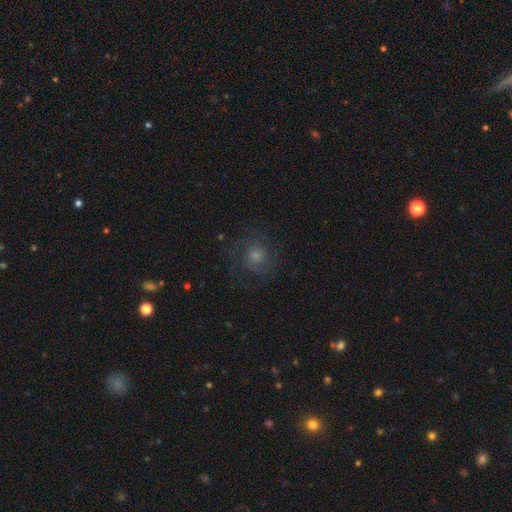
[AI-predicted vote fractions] This is possibly a featured or disk galaxy (56%). It is clearly not viewed edge-on (97%). Bar: likely no (74%). Spiral arm pattern: clearly yes (90%). Central bulge: possibly moderate (48%). Merging: likely none (77%).